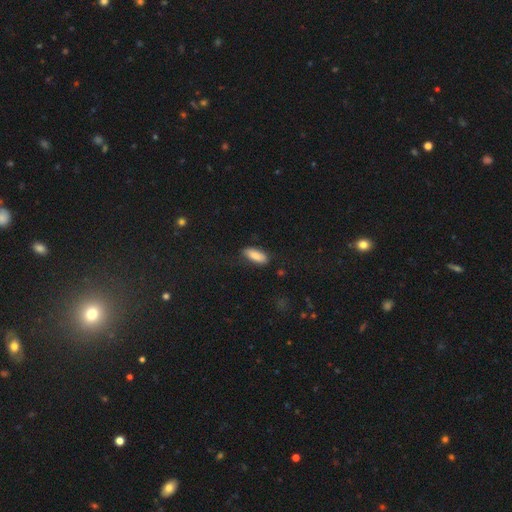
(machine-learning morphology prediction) Smooth or featured?
  - smooth: 85% *
  - featured or disk: 8%
  - star or artifact: 7%
How rounded?
  - in between: 76% *
  - cigar-shaped: 22%
  - round: 2%
Merging?
  - none: 78% *
  - minor disturbance: 16%
  - major disturbance: 5%
  - merger: 1%